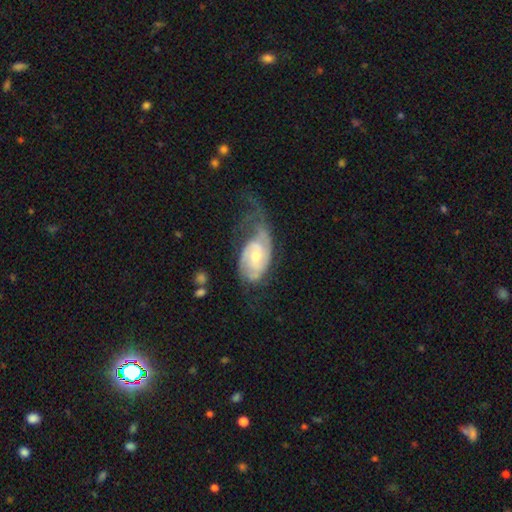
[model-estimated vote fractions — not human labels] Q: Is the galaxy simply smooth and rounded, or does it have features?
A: featured or disk — 82%.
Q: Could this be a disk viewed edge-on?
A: no — 96%.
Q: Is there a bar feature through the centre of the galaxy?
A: no — 56%.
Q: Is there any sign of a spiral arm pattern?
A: yes — 94%.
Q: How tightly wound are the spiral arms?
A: tight — 46%.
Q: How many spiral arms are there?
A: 2 — 60%.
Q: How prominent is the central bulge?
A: moderate — 55%.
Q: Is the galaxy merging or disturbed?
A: major disturbance — 40%.